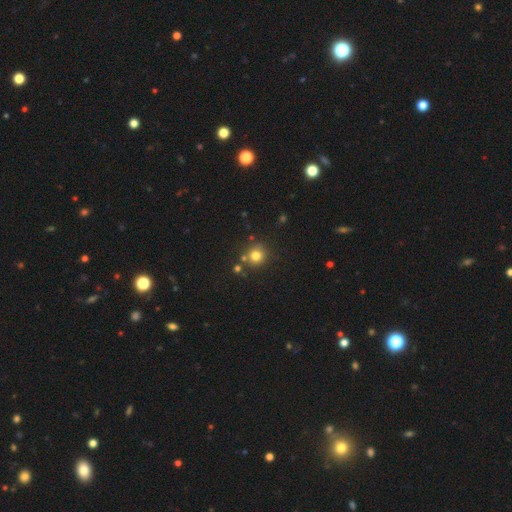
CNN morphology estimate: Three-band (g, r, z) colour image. It shows a smooth galaxy with no disk features (78%) that is round (92%). Merging: none (76%).